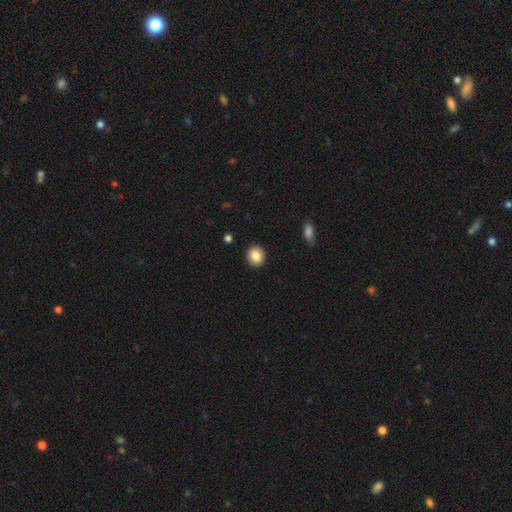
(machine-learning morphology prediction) Overall: smooth (86%). How rounded: round (76%). Merging: none (91%).